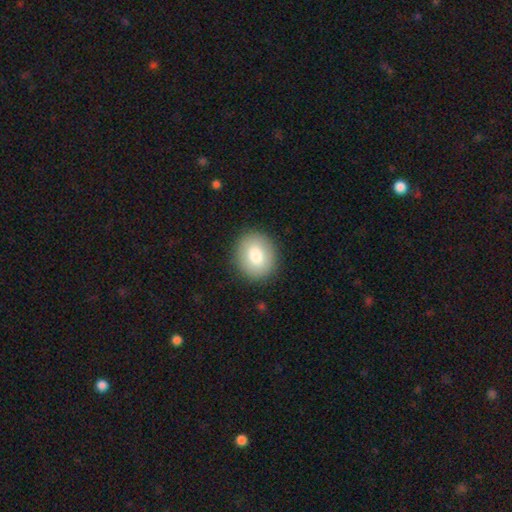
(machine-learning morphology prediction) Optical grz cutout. It shows a smooth galaxy with no disk features (79%) that is round (74%). Merging: none (90%).